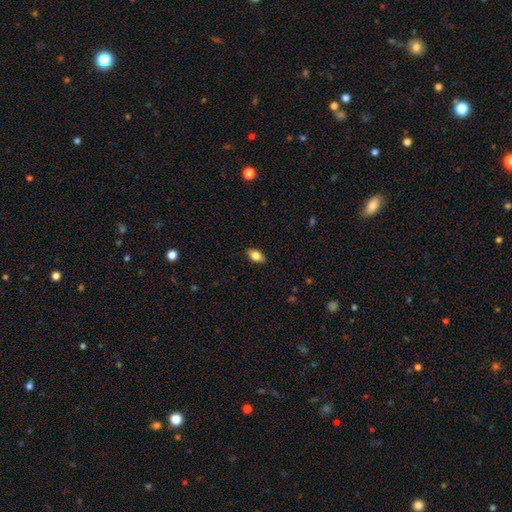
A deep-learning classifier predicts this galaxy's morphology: This is clearly a smooth galaxy (81%). How rounded: clearly in between (89%). Merging: clearly none (87%).